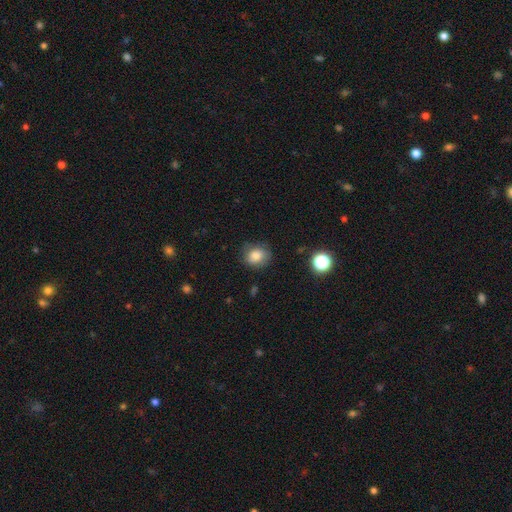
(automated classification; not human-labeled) This is likely a smooth galaxy (80%). How rounded: likely round (67%). Merging: likely none (74%).